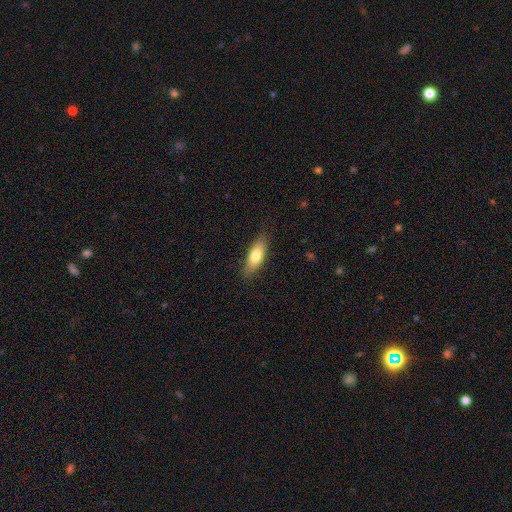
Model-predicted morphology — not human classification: This is likely a smooth galaxy (74%). How rounded: likely in between (67%). Merging: clearly none (82%).